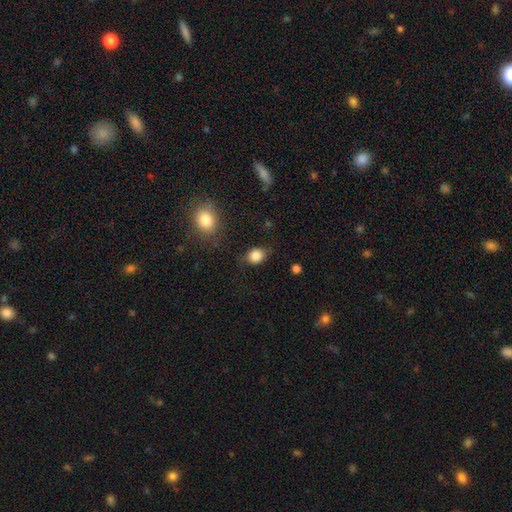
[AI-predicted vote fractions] Morphology: type=smooth (84%); roundness=in between (51%); merging=none (73%).